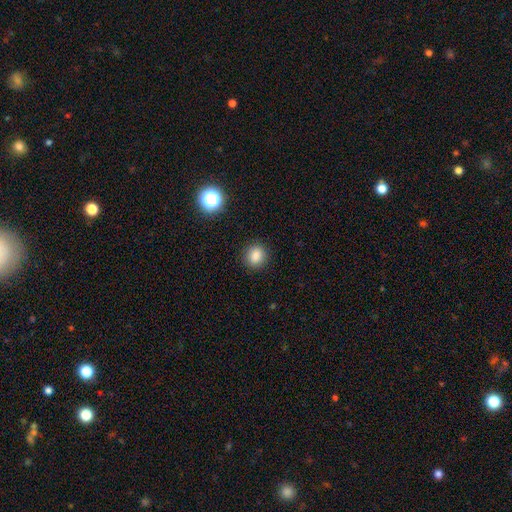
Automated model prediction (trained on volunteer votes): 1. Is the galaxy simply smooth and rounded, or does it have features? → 84% smooth, 11% star or artifact, 4% featured or disk.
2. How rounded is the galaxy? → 78% round, 21% in between, 1% cigar-shaped.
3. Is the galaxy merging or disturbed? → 90% none, 7% minor disturbance, 2% major disturbance, 1% merger.